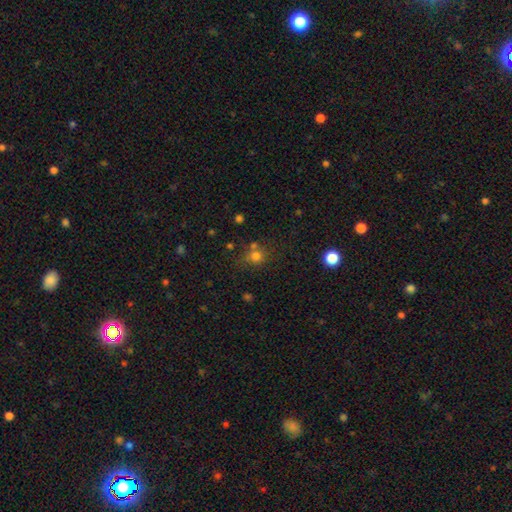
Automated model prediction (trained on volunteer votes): This appears to be a smooth galaxy with no disk features (74%) that is round (82%). Merging: none (62%).